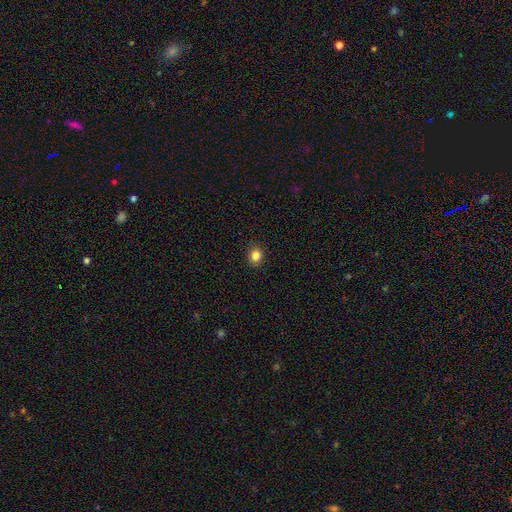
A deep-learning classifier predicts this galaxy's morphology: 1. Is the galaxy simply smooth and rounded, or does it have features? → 84% smooth, 12% star or artifact, 4% featured or disk.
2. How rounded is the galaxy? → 78% round, 21% in between, 1% cigar-shaped.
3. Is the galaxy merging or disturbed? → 91% none, 7% minor disturbance, 2% major disturbance, 1% merger.